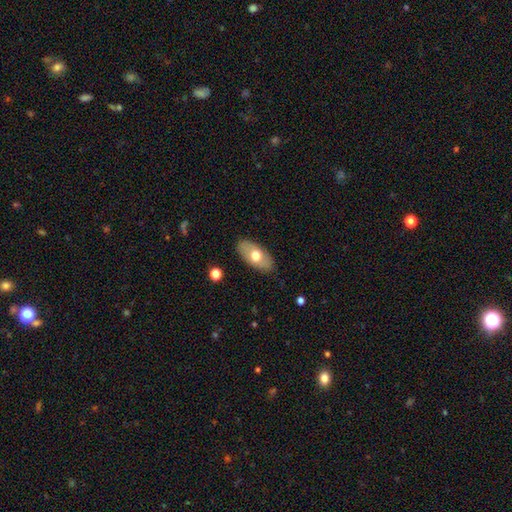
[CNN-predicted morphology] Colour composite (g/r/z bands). It shows a smooth galaxy with no disk features (62%) that is in between round and cigar-shaped (92%). Merging: none (86%).